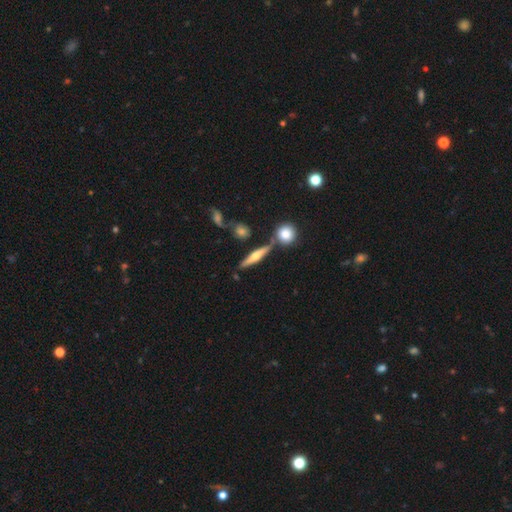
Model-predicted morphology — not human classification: A featured or disk galaxy (57%) viewed edge-on (92%) with a rounded central bulge (88%). Merging: none (75%).